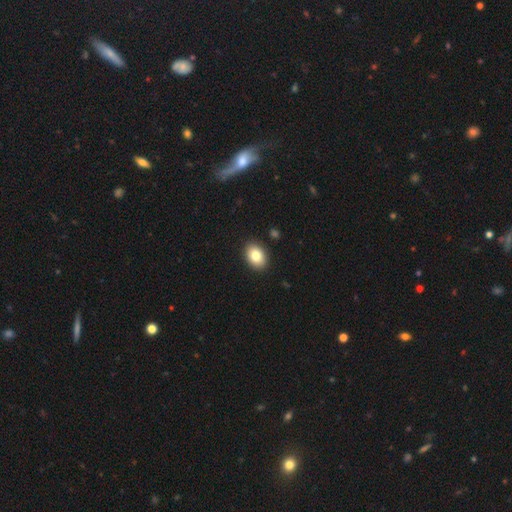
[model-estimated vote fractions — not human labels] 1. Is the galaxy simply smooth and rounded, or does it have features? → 83% smooth, 9% featured or disk, 8% star or artifact.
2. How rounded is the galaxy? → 75% in between, 24% round, 1% cigar-shaped.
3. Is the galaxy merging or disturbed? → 90% none, 7% minor disturbance, 2% major disturbance, 1% merger.